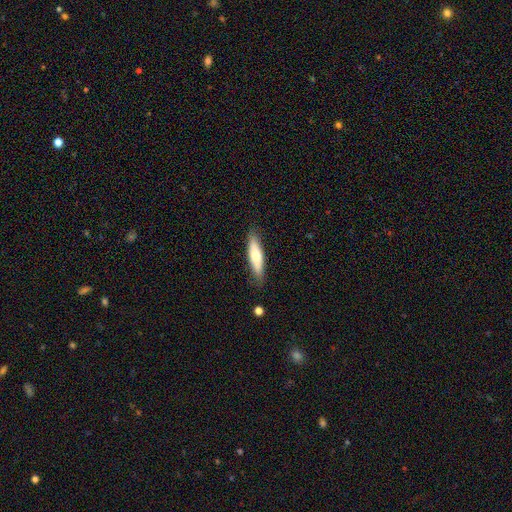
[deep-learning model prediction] Smooth or featured? Predicted: smooth (p=0.64). How rounded? Predicted: cigar-shaped (p=0.66). Merging? Predicted: none (p=0.84).